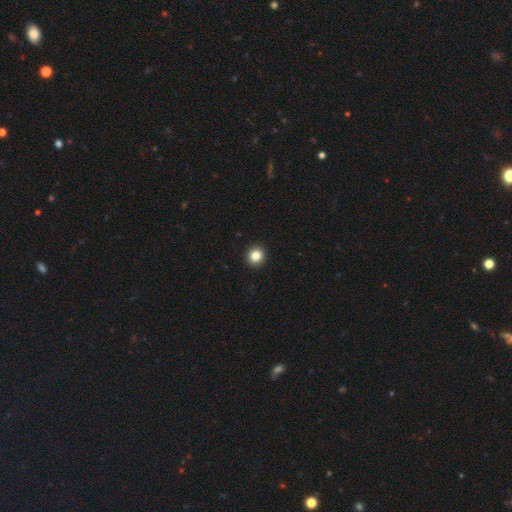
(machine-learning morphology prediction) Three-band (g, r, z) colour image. It shows a smooth galaxy with no disk features (84%) that is round (91%). Merging: none (94%).